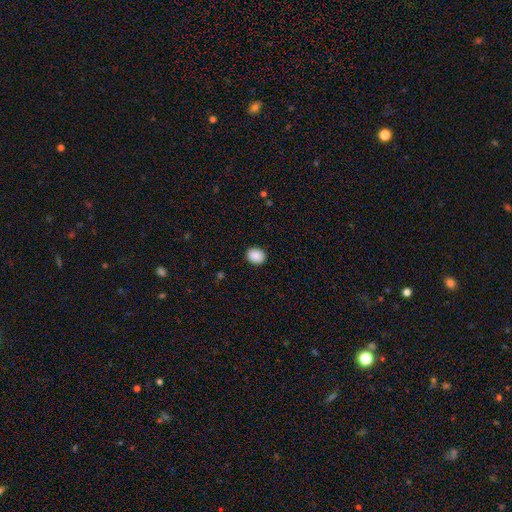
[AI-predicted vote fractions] A smooth galaxy with no disk features (89%) that is round (50%). Merging: none (91%).